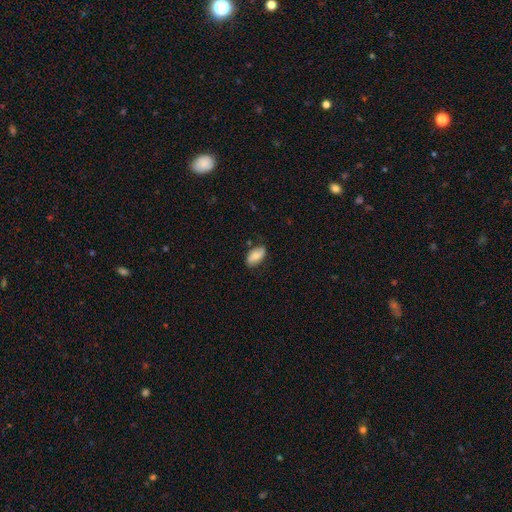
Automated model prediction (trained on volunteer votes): A smooth galaxy with no disk features (72%) that is in between round and cigar-shaped (92%).

Vote fractions:
- Smooth or featured? smooth: 72% / featured or disk: 22% / star or artifact: 7%
- How rounded? in between: 92% / cigar-shaped: 4% / round: 4%
- Merging? none: 76% / minor disturbance: 18% / major disturbance: 3% / merger: 2%